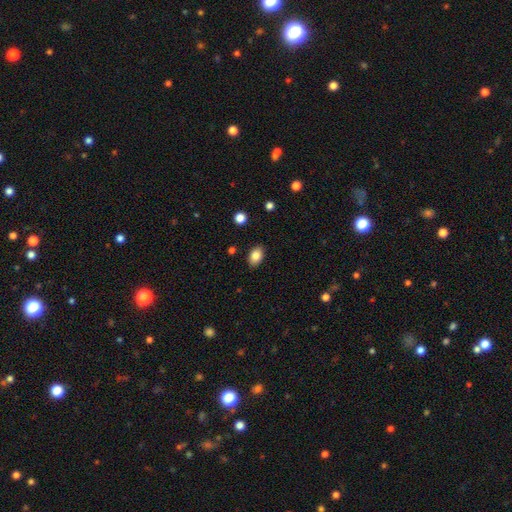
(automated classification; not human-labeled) Smooth or featured? Predicted: smooth (p=0.84). How rounded? Predicted: in between (p=0.84). Merging? Predicted: none (p=0.87).